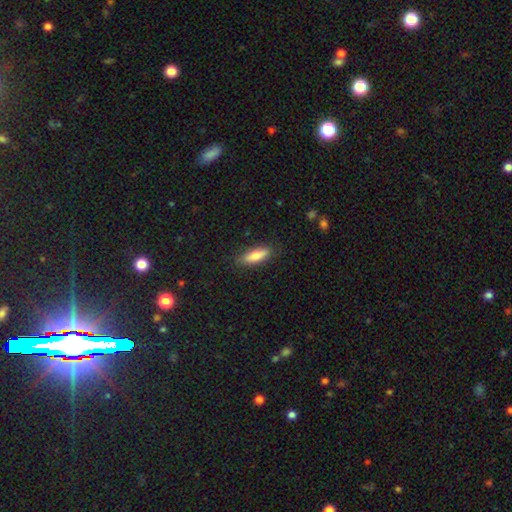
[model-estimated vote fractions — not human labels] Morphology: type=smooth (73%); roundness=in between (50%); merging=none (85%).